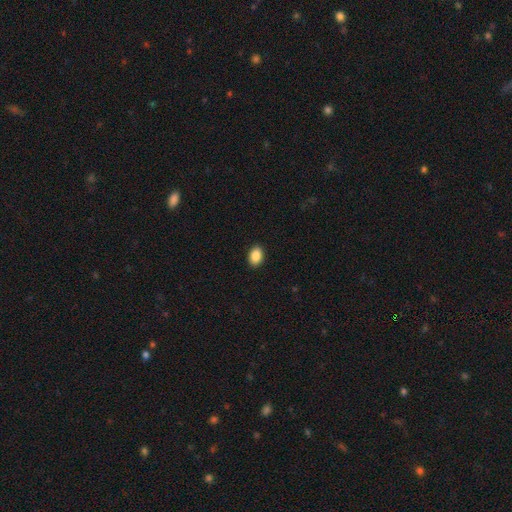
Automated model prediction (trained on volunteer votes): smooth_or_featured: smooth (p=0.89) [alt: star or artifact p=0.08]
how_rounded: in between (p=0.83) [alt: round p=0.16]
merging: none (p=0.91) [alt: minor disturbance p=0.07]